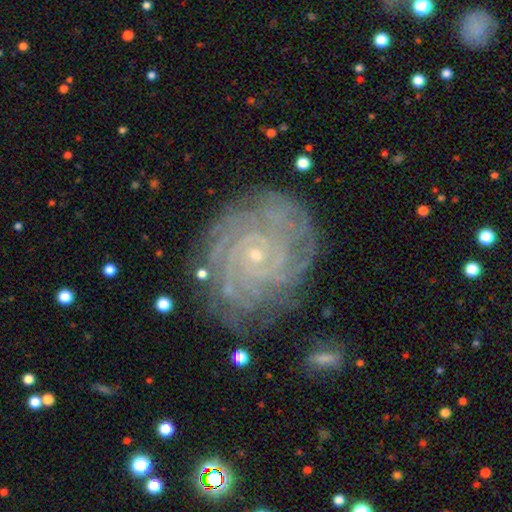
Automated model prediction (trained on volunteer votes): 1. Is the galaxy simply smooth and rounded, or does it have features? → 86% featured or disk, 7% star or artifact, 7% smooth.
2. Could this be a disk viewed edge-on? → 97% no, 3% yes.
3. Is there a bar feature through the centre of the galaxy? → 78% no, 16% weak, 5% strong.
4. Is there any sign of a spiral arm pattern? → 97% yes, 3% no.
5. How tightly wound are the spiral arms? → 85% tight, 13% medium, 3% loose.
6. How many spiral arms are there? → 24% can't tell, 22% 4, 19% more than 4, 14% 3, 12% 2, 8% 1.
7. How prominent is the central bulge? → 88% small, 8% moderate, 2% none, 1% large, 1% dominant.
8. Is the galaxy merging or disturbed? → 80% none, 14% minor disturbance, 4% major disturbance, 2% merger.